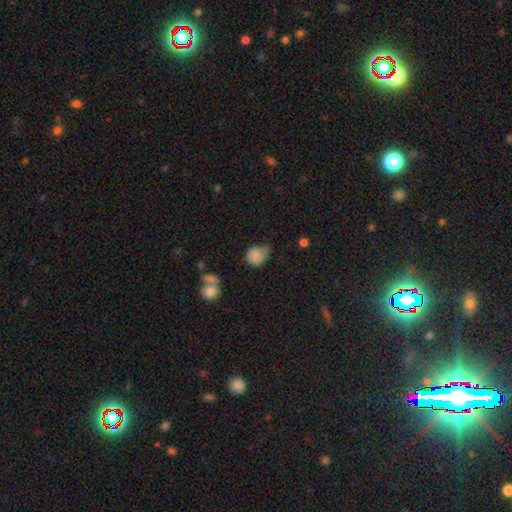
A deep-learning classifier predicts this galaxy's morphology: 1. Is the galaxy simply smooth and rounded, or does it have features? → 78% smooth, 13% featured or disk, 9% star or artifact.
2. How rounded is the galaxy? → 60% round, 39% in between, 1% cigar-shaped.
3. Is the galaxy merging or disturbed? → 41% minor disturbance, 33% none, 22% major disturbance, 4% merger.